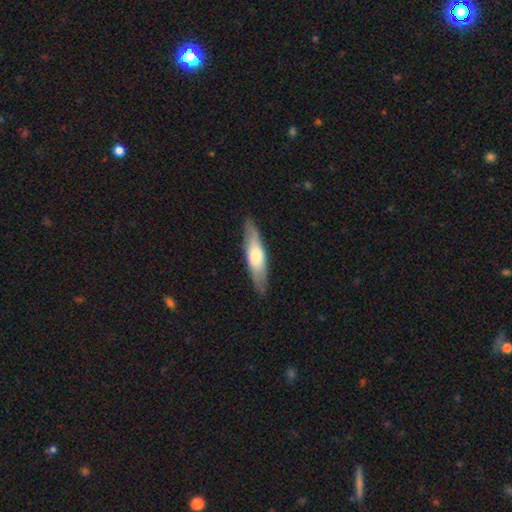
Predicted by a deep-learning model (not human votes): smooth 53%, featured or disk 42%, star or artifact 5%. Down the decision tree: how rounded — cigar-shaped (68%); merging — none (85%).